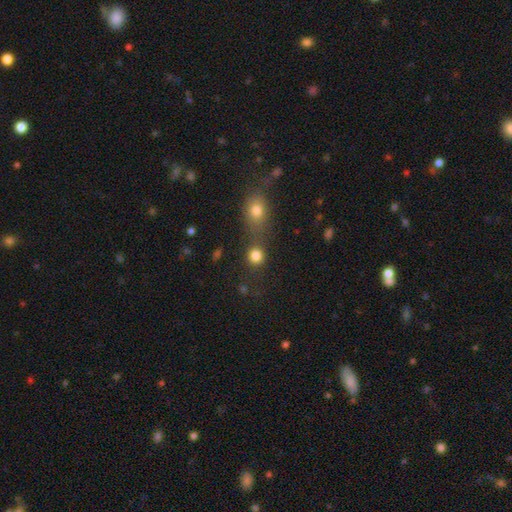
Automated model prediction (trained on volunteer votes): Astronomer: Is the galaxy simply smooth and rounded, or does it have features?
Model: smooth — 82%.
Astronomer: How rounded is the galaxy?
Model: round — 85%.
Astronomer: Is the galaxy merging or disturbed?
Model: none — 57%.